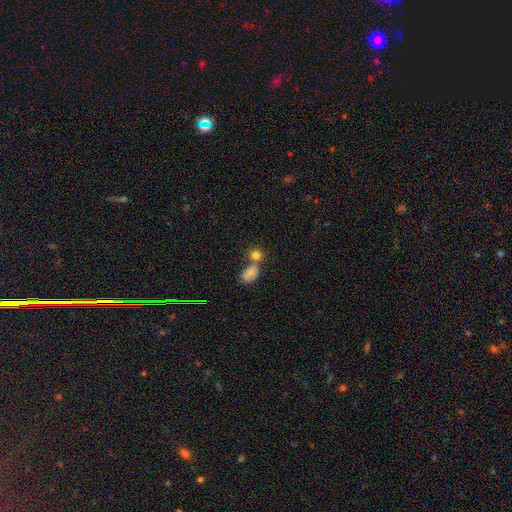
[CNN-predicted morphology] Smooth or featured? smooth (81%)
How rounded? round (73%)
Merging? none (48%)